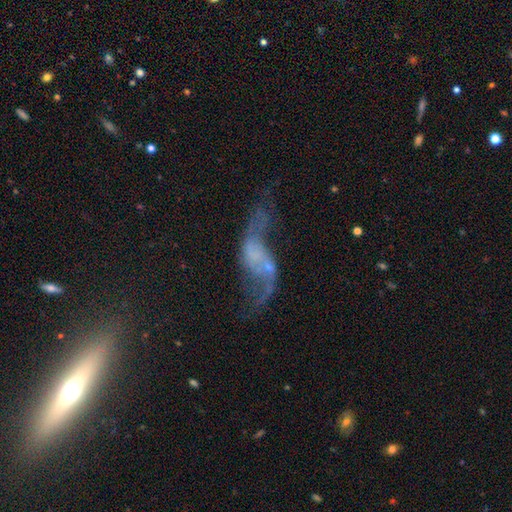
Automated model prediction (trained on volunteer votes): featured or disk 71%, smooth 16%, star or artifact 13%. Down the decision tree: edge-on disk — no (90%); bar — no (61%); spiral arms — yes (73%); bulge size — none (50%); merging — none (37%).